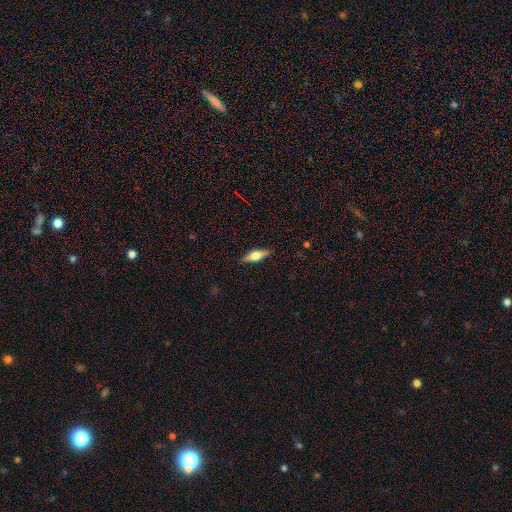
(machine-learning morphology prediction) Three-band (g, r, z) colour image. It shows a featured or disk galaxy (54%) viewed edge-on (94%) with a rounded central bulge (92%). Merging: none (88%).